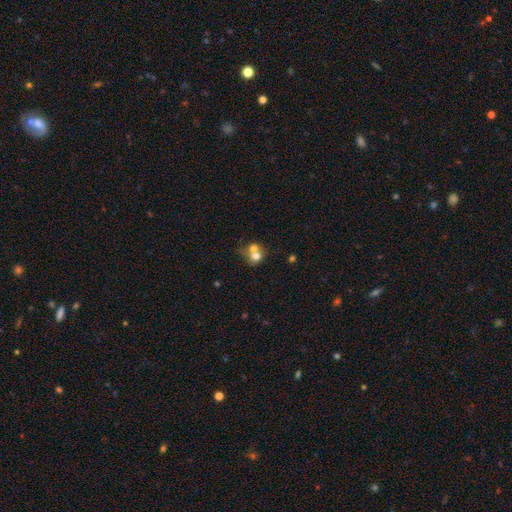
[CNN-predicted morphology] This appears to be a smooth galaxy with no disk features (66%) that is round (74%). Merging: merger (63%).